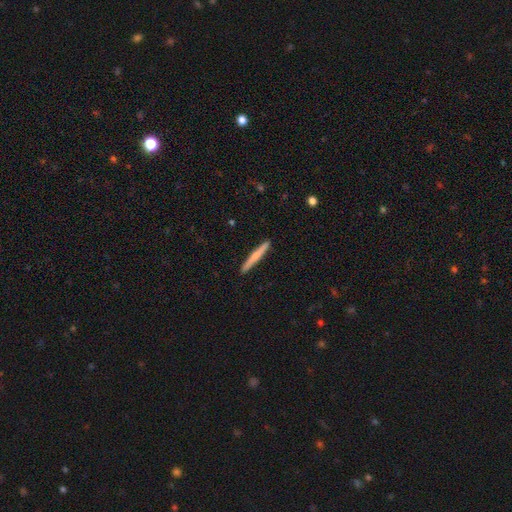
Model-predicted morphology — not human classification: smooth-or-featured: smooth: 61% | featured or disk: 34% | star or artifact: 5%
  how-rounded: cigar-shaped: 96% | in between: 2% | round: 1%
  merging: none: 92% | minor disturbance: 6% | major disturbance: 1% | merger: 1%